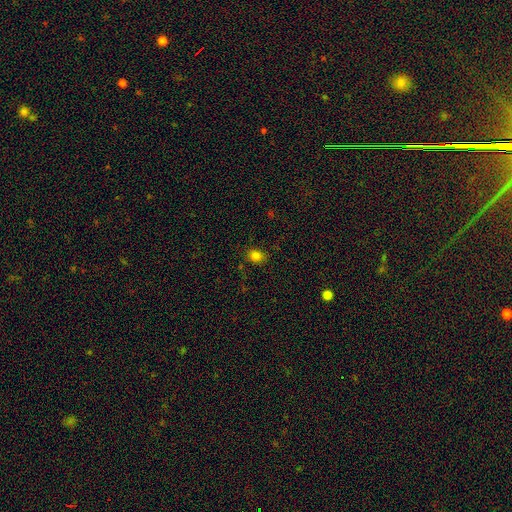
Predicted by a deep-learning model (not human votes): Overall: smooth (80%). How rounded: in between (50%; round 49%). Merging: none (83%).